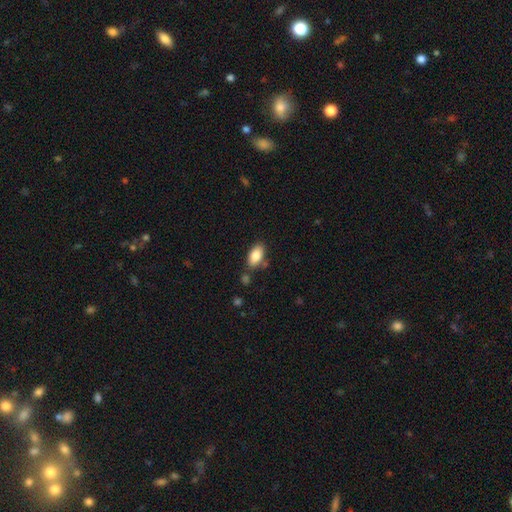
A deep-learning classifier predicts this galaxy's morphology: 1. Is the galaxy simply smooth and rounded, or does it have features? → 84% smooth, 9% featured or disk, 7% star or artifact.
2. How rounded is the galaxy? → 92% in between, 4% round, 4% cigar-shaped.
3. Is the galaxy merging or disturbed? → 75% none, 14% minor disturbance, 7% merger, 3% major disturbance.